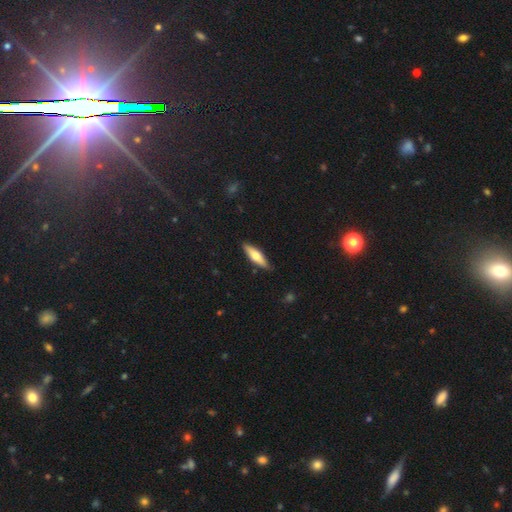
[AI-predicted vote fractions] Smooth or featured? Predicted: smooth (p=0.57). How rounded? Predicted: cigar-shaped (p=0.65). Merging? Predicted: none (p=0.87).